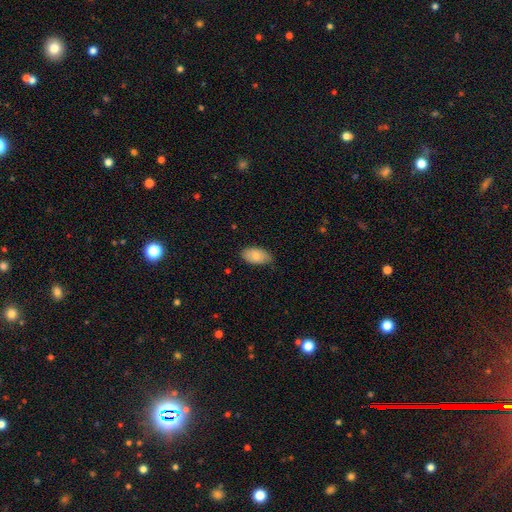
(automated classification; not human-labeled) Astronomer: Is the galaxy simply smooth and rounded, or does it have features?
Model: smooth — 80%.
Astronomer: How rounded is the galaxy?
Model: in between — 94%.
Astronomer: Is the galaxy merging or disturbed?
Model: none — 70%.